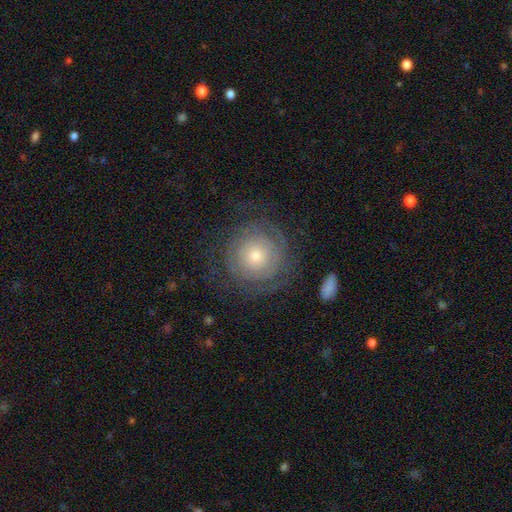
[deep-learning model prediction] smooth-or-featured: featured or disk: 61% | smooth: 30% | star or artifact: 9%
  disk-edge-on: no: 97% | yes: 3%
    bar: no: 85% | weak: 12% | strong: 3%
    has-spiral-arms: yes: 80% | no: 20%
    bulge-size: small: 55% | moderate: 36% | large: 5% | dominant: 2% | none: 2%
  merging: none: 72% | minor disturbance: 14% | major disturbance: 12% | merger: 2%